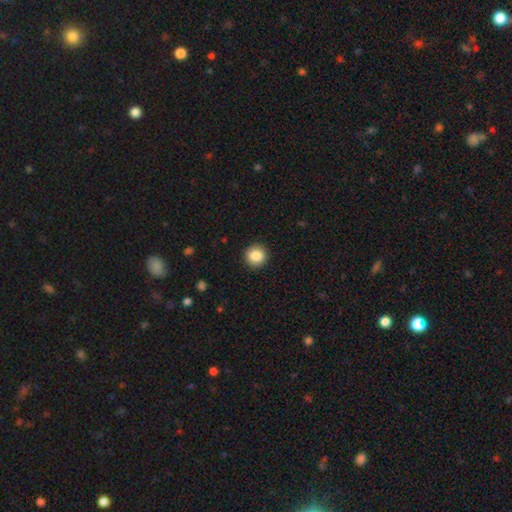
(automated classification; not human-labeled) This appears to be a smooth galaxy with no disk features (85%) that is round (94%). Merging: none (92%).